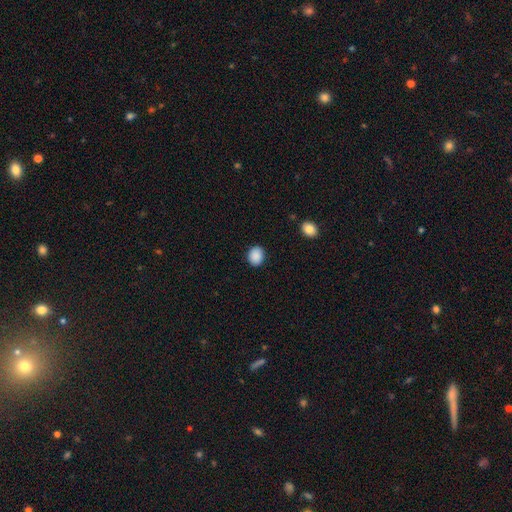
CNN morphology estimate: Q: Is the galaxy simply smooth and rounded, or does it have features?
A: smooth — 89%.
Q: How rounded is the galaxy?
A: round — 61%.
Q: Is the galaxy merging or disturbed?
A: none — 89%.